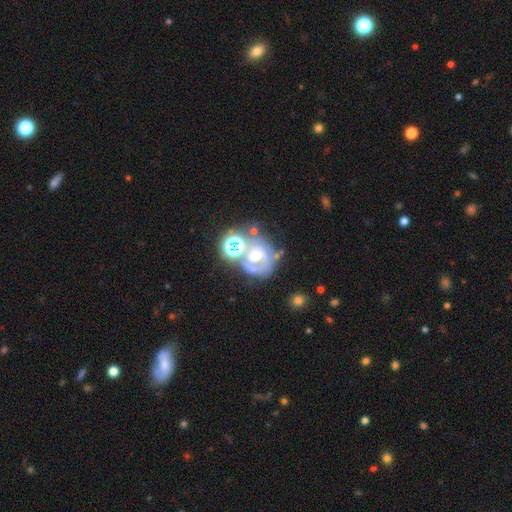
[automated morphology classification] smooth-or-featured: featured or disk: 61% | star or artifact: 21% | smooth: 18%
  disk-edge-on: no: 97% | yes: 3%
    bar: no: 56% | weak: 31% | strong: 13%
    has-spiral-arms: yes: 68% | no: 32%
    bulge-size: moderate: 58% | small: 25% | large: 11% | none: 5% | dominant: 2%
  merging: none: 44% | merger: 23% | minor disturbance: 17% | major disturbance: 16%